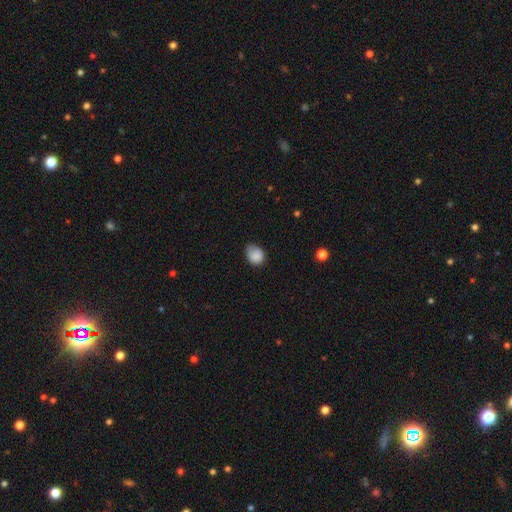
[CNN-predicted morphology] smooth_or_featured: smooth (p=0.85) [alt: star or artifact p=0.08]
how_rounded: round (p=0.51) [alt: in between p=0.48]
merging: none (p=0.49) [alt: minor disturbance p=0.40]